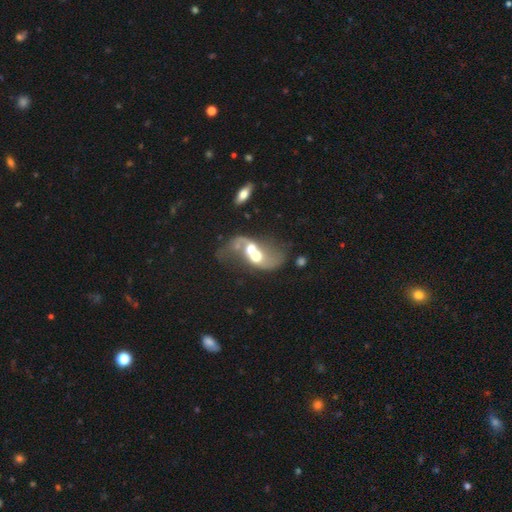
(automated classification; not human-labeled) Smooth or featured? featured or disk (64%)
Edge-on disk? no (96%)
Bar? no (72%)
Spiral arms? yes (64%)
Bulge size? moderate (57%)
Merging? merger (70%)